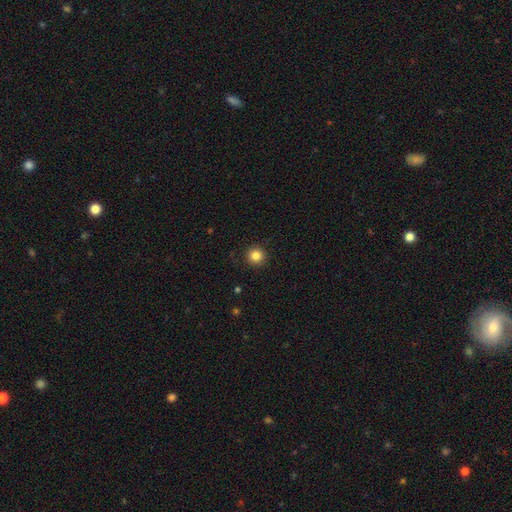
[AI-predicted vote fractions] A smooth galaxy with no disk features (84%) that is round (95%).

Vote fractions:
- Smooth or featured? smooth: 84% / star or artifact: 11% / featured or disk: 5%
- How rounded? round: 95% / in between: 4% / cigar-shaped: 1%
- Merging? none: 91% / minor disturbance: 6% / major disturbance: 2% / merger: 1%